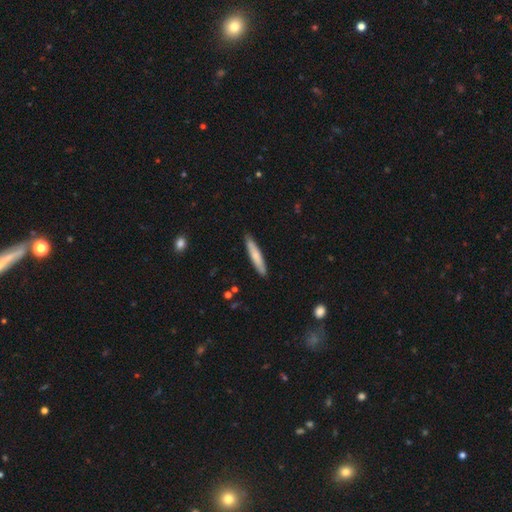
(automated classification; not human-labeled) Smooth or featured? smooth (72%)
How rounded? cigar-shaped (92%)
Merging? none (88%)